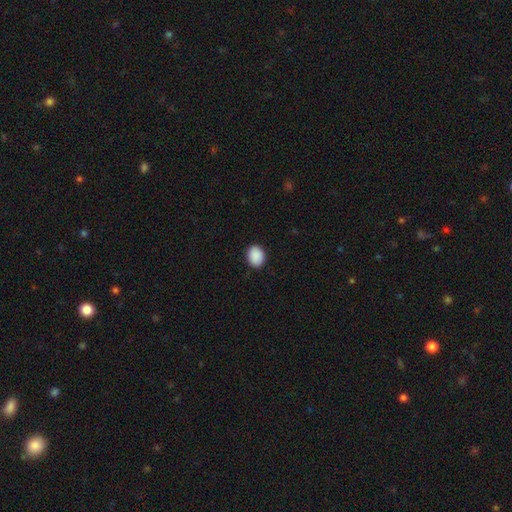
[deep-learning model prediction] This appears to be a smooth galaxy with no disk features (90%) that is in between round and cigar-shaped (54%). Merging: none (89%).